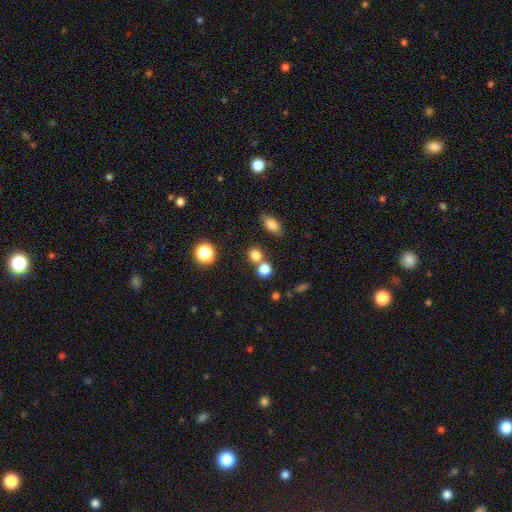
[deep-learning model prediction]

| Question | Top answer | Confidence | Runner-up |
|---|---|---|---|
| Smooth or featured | smooth | 77% | star or artifact (17%) |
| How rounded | round | 81% | in between (18%) |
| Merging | none | 60% | merger (29%) |